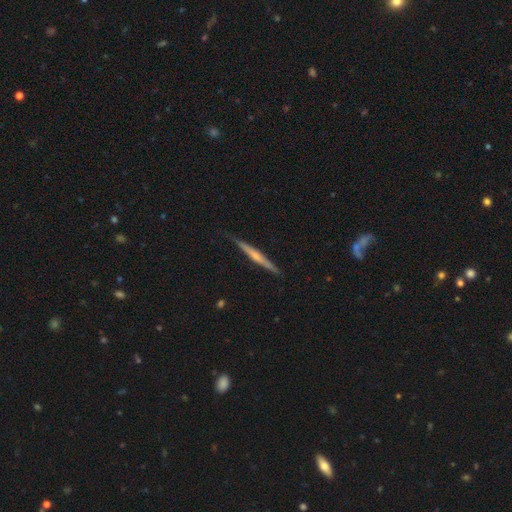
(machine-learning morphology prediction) This is likely a featured or disk galaxy (65%). It is clearly viewed edge-on (97%). Edge-on bulge: possibly rounded (52%). Merging: clearly none (85%).